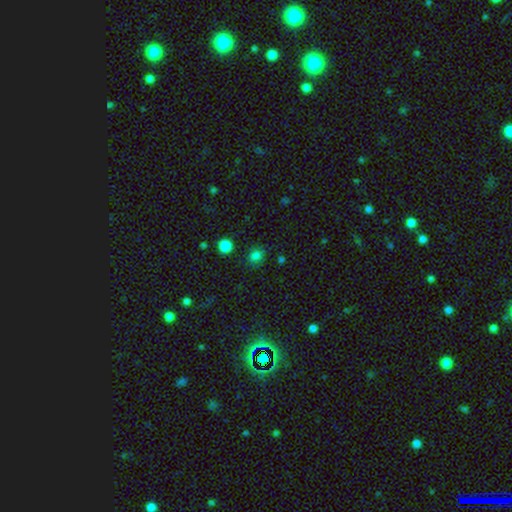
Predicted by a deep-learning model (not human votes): A smooth galaxy with no disk features (78%) that is round (65%). Merging: none (79%).